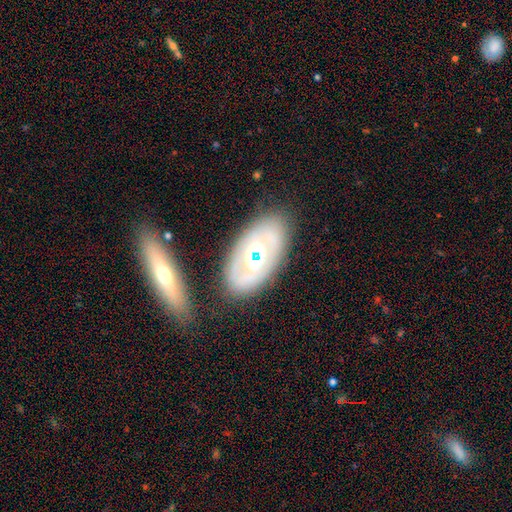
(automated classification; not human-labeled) Smooth or featured: featured or disk — 63% (smooth — 29%)
Edge-on disk: no — 83% (yes — 17%)
Bar: no — 78% (weak — 14%)
Spiral arms: no — 80% (yes — 20%)
Bulge size: moderate — 65% (small — 17%)
Merging: none — 75% (minor disturbance — 14%)